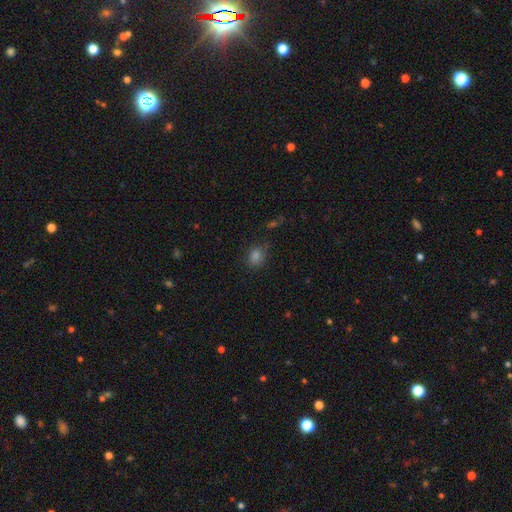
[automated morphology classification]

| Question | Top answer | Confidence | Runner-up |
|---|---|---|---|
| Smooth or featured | smooth | 75% | star or artifact (20%) |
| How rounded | round | 53% | in between (45%) |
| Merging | none | 80% | minor disturbance (13%) |